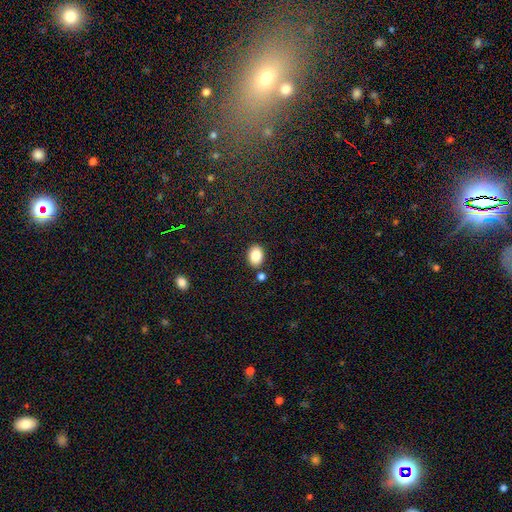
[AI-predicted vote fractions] This is clearly a smooth galaxy (86%). How rounded: likely in between (68%). Merging: clearly none (82%).